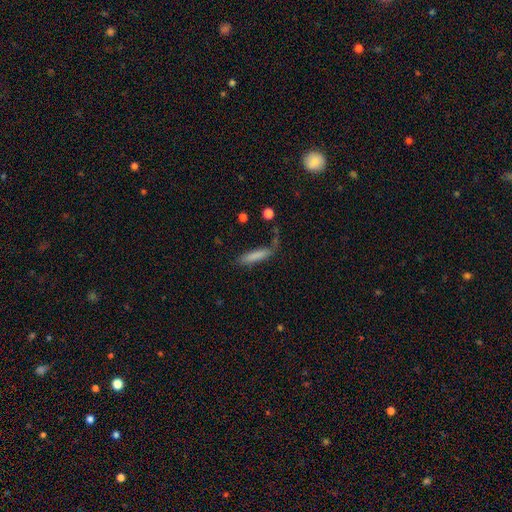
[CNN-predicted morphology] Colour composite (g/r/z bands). It shows a smooth galaxy with no disk features (81%) that is cigar-shaped (80%). Merging: none (62%).